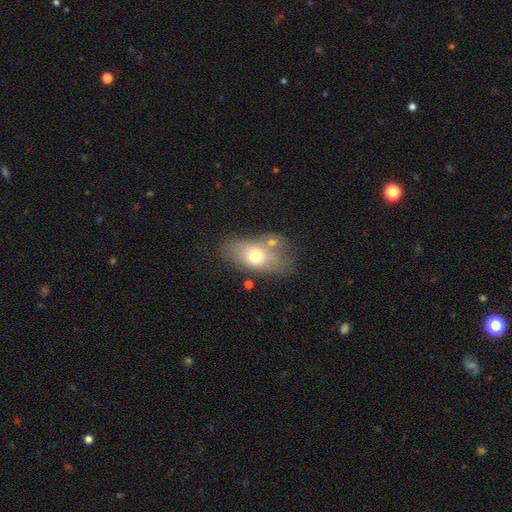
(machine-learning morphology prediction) type=smooth (66%); roundness=in between (88%); merging=none (55%).